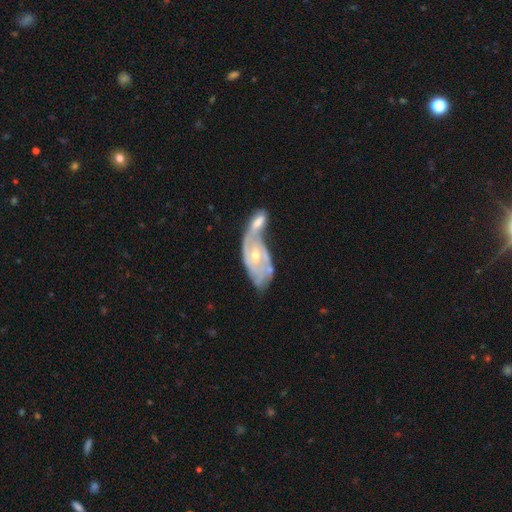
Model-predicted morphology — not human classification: Smooth or featured?
  - featured or disk: 80% *
  - smooth: 15%
  - star or artifact: 6%
Edge-on disk?
  - no: 93% *
  - yes: 7%
Bar?
  - no: 64% *
  - weak: 28%
  - strong: 7%
Spiral arms?
  - yes: 87% *
  - no: 13%
Spiral winding?
  - tight: 52% *
  - medium: 34%
  - loose: 14%
Spiral arm count?
  - 2: 45% *
  - can't tell: 36%
  - 3: 7%
  - 1: 6%
  - 4: 3%
  - more than 4: 3%
Bulge size?
  - small: 53% *
  - moderate: 44%
  - large: 1%
  - none: 1%
  - dominant: 1%
Merging?
  - merger: 66% *
  - none: 17%
  - minor disturbance: 10%
  - major disturbance: 8%